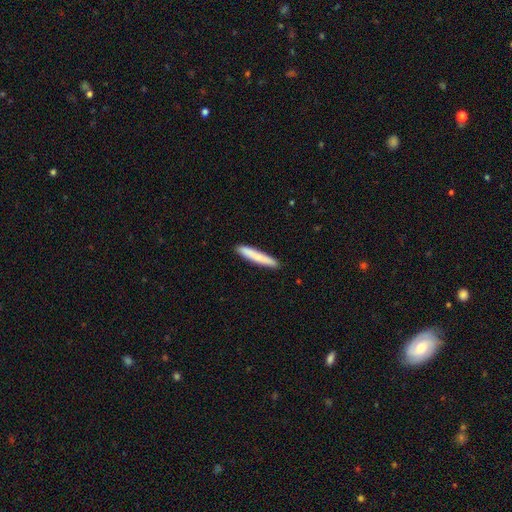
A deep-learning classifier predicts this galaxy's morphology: A smooth galaxy with no disk features (80%) that is cigar-shaped (94%). Merging: none (90%).